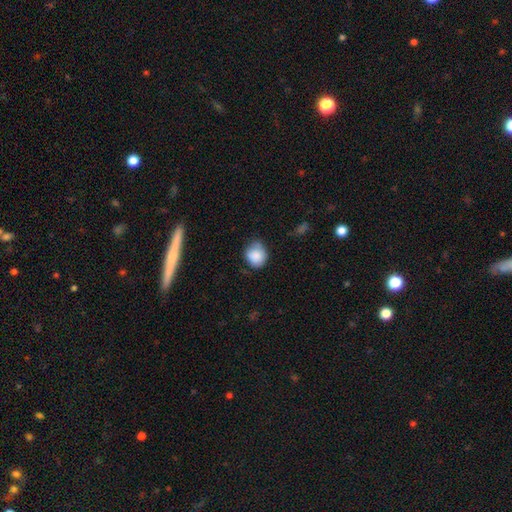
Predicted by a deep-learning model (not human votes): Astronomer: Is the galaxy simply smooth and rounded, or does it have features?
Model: smooth — 85%.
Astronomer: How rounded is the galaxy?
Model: round — 72%.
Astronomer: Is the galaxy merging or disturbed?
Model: none — 59%.